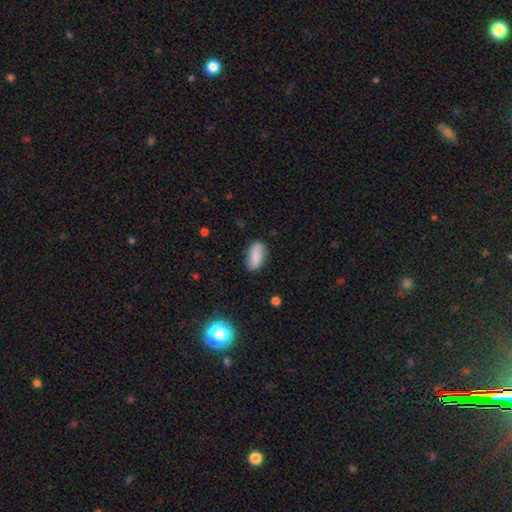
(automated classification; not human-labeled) Smooth or featured?
  - smooth: 71% *
  - featured or disk: 21%
  - star or artifact: 8%
How rounded?
  - in between: 88% *
  - cigar-shaped: 8%
  - round: 4%
Merging?
  - none: 80% *
  - minor disturbance: 15%
  - major disturbance: 4%
  - merger: 2%